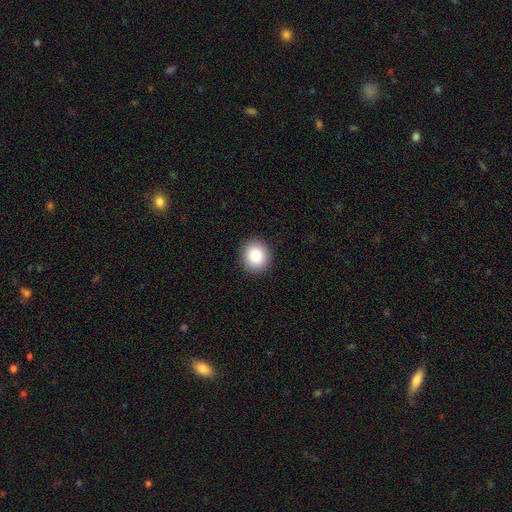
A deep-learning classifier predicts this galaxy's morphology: Overall: smooth (85%). How rounded: round (85%). Merging: none (92%).